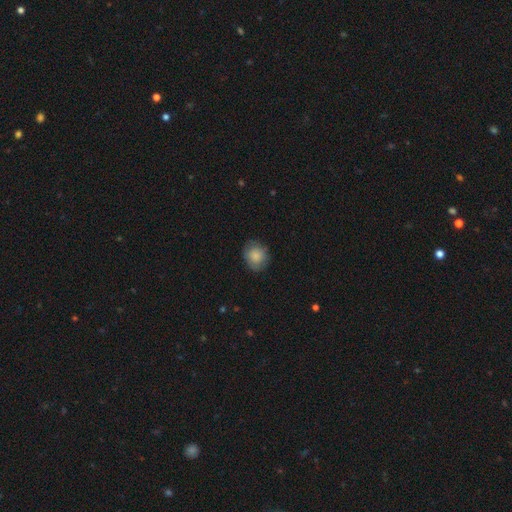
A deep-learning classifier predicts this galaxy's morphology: Smooth or featured? Predicted: smooth (p=0.82). How rounded? Predicted: round (p=0.74). Merging? Predicted: none (p=0.77).